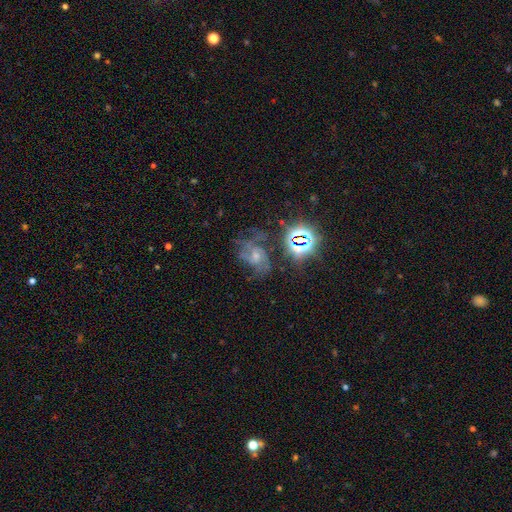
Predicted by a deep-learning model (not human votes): smooth-or-featured: featured or disk: 61% | star or artifact: 23% | smooth: 16%
  disk-edge-on: no: 97% | yes: 3%
    bar: no: 65% | weak: 28% | strong: 7%
    has-spiral-arms: yes: 85% | no: 15%
      spiral-winding: medium: 49% | loose: 26% | tight: 24%
      spiral-arm-count: 2: 37% | 3: 24% | can't tell: 24% | 4: 6% | 1: 5% | more than 4: 4%
    bulge-size: small: 44% | moderate: 41% | none: 8% | large: 5% | dominant: 2%
  merging: none: 44% | major disturbance: 28% | minor disturbance: 23% | merger: 5%